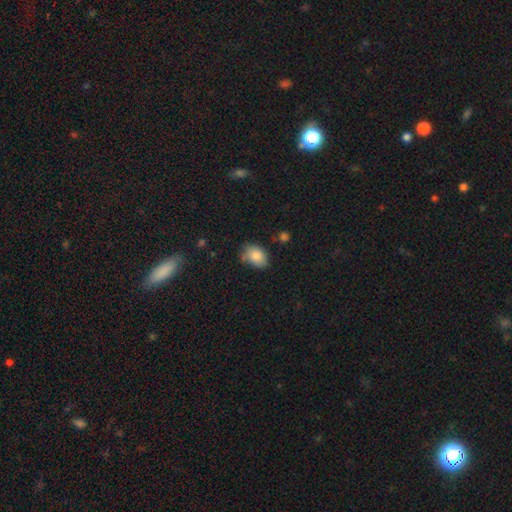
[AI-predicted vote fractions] Smooth or featured?
  - smooth: 81% *
  - featured or disk: 11%
  - star or artifact: 9%
How rounded?
  - in between: 74% *
  - round: 25%
  - cigar-shaped: 1%
Merging?
  - none: 60% *
  - minor disturbance: 30%
  - major disturbance: 6%
  - merger: 4%